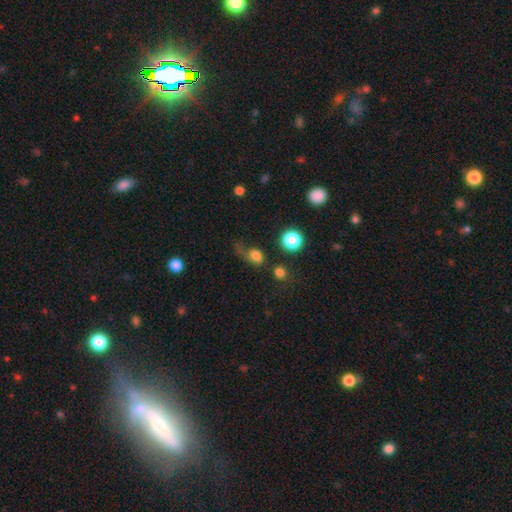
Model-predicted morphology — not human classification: This appears to be a smooth galaxy with no disk features (77%) that is round (54%). Merging: none (39%).